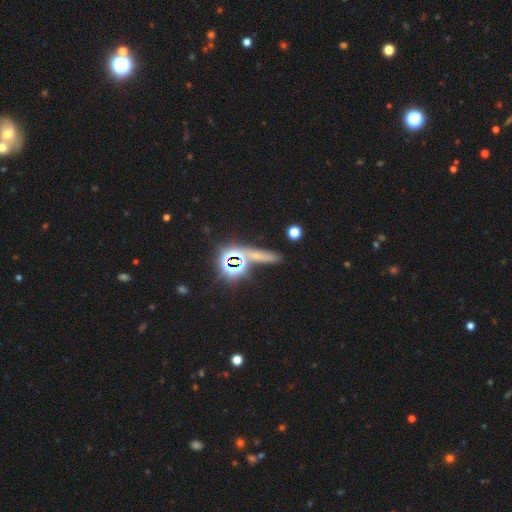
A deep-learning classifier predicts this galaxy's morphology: Q: Smooth or featured?
A: star or artifact (53%); runner-up: smooth (32%)